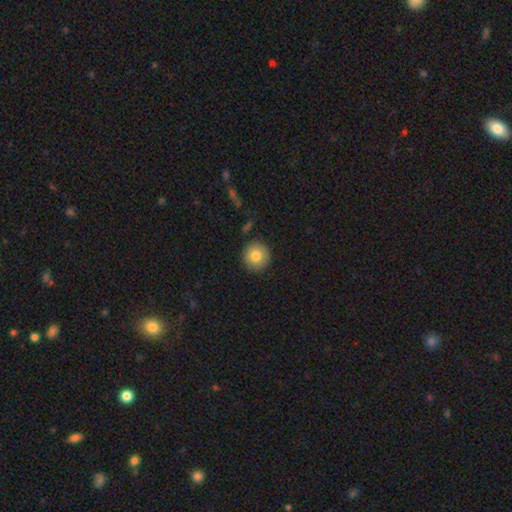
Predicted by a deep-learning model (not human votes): This is clearly a smooth galaxy (82%). How rounded: clearly round (95%). Merging: clearly none (89%).